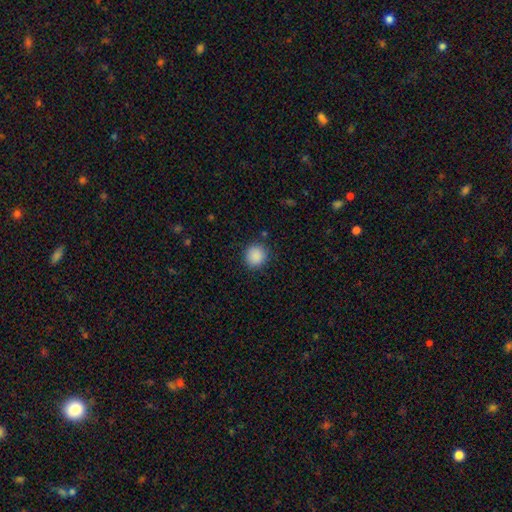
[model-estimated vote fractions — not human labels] Overall: smooth (89%). How rounded: round (88%). Merging: none (88%).